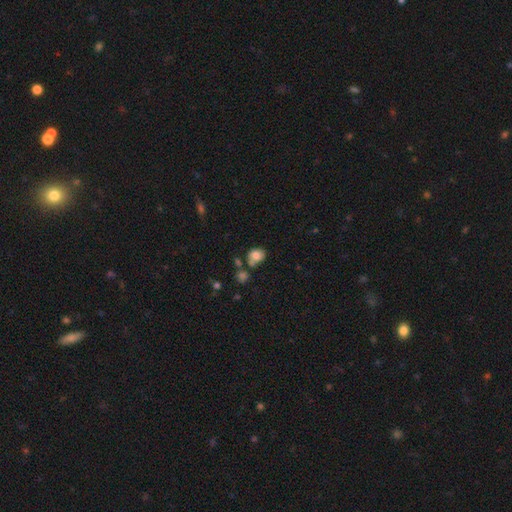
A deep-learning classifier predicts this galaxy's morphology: A smooth galaxy with no disk features (77%) that is round (50%).

Vote fractions:
- Smooth or featured? smooth: 77% / featured or disk: 12% / star or artifact: 11%
- How rounded? round: 50% / in between: 49% / cigar-shaped: 1%
- Merging? none: 50% / merger: 22% / minor disturbance: 20% / major disturbance: 8%